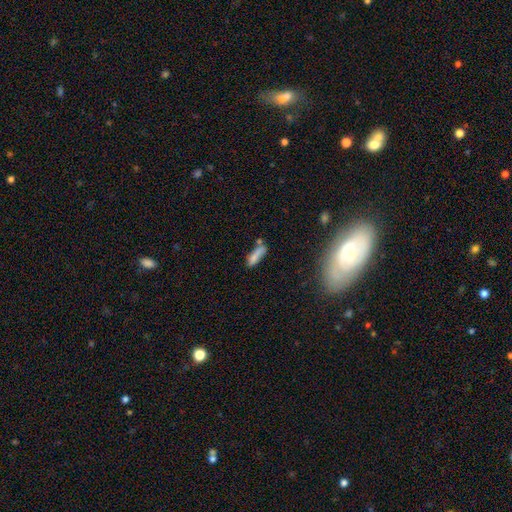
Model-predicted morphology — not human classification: Overall: smooth (73%). How rounded: cigar-shaped (53%; in between 44%). Merging: none (46%; minor disturbance 23%).